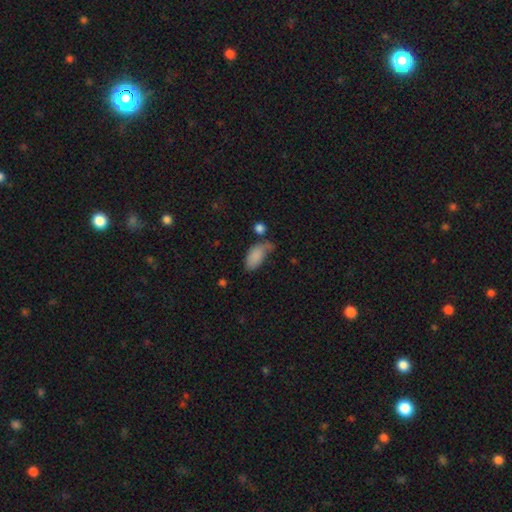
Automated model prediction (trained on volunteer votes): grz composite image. It shows a smooth galaxy with no disk features (83%) that is in between round and cigar-shaped (93%). Merging: none (38%).